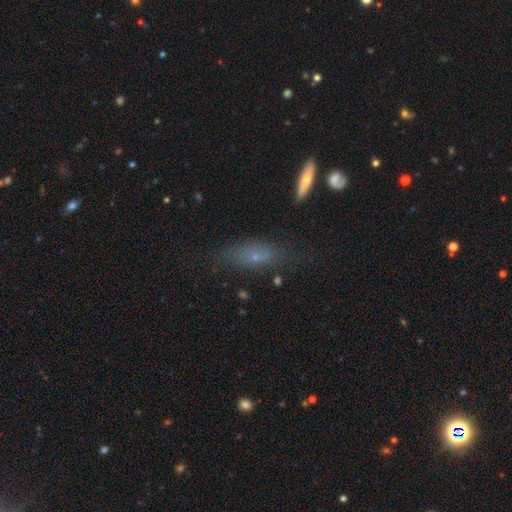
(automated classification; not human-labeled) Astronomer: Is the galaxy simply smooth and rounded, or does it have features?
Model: smooth — 55% (runner-up: featured or disk, 32%).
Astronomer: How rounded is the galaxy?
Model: in between — 64%.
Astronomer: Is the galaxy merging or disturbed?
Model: none — 59%.